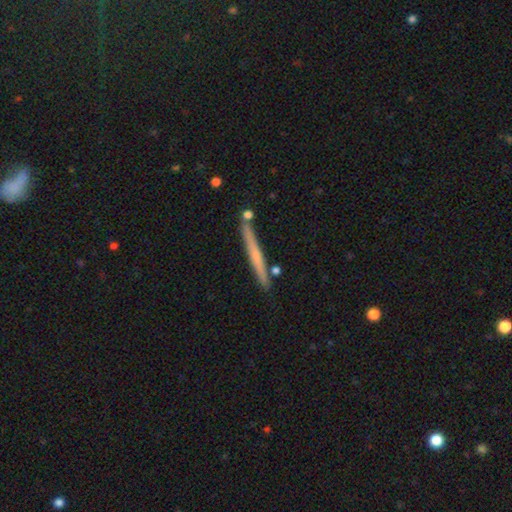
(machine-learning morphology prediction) Smooth or featured?
  - featured or disk: 47% * (tied)
  - smooth: 47% * (tied)
  - star or artifact: 6%
Merging?
  - none: 85% *
  - minor disturbance: 9%
  - merger: 4%
  - major disturbance: 2%